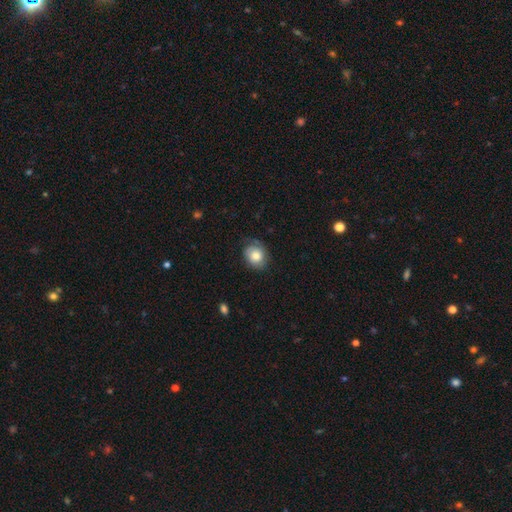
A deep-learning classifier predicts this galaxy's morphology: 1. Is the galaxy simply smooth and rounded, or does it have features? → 72% smooth, 20% featured or disk, 8% star or artifact.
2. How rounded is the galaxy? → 61% round, 38% in between, 1% cigar-shaped.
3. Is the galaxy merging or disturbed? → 69% none, 23% minor disturbance, 7% major disturbance, 1% merger.